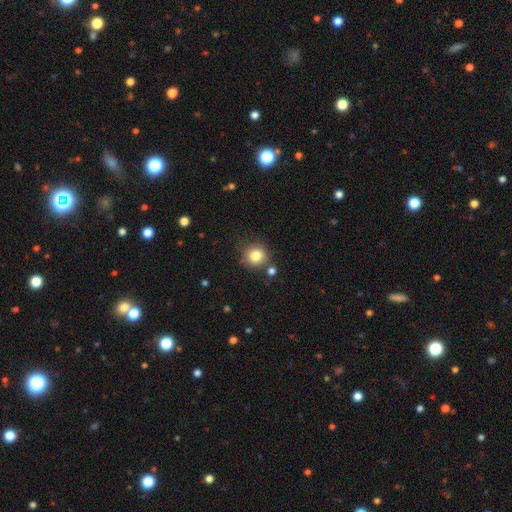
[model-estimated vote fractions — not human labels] A smooth galaxy with no disk features (82%) that is round (91%). Merging: none (80%).